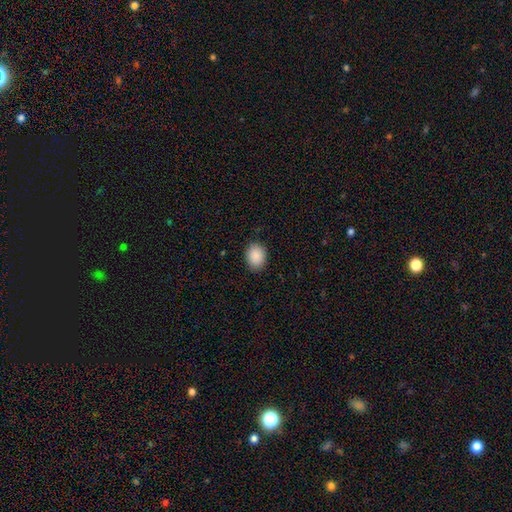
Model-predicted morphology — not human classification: smooth_or_featured: smooth (p=0.90) [alt: star or artifact p=0.07]
how_rounded: in between (p=0.58) [alt: round p=0.41]
merging: none (p=0.87) [alt: minor disturbance p=0.10]